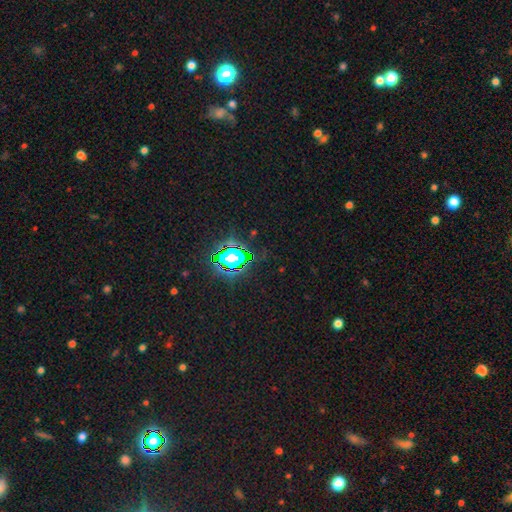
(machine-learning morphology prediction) Overall: star or artifact (81%).